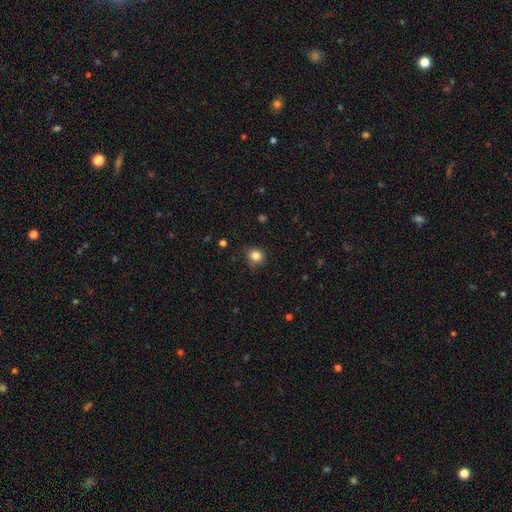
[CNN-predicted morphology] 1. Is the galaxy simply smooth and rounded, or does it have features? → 84% smooth, 11% star or artifact, 5% featured or disk.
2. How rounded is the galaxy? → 73% round, 26% in between, 1% cigar-shaped.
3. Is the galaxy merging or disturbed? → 79% none, 16% minor disturbance, 3% major disturbance, 1% merger.